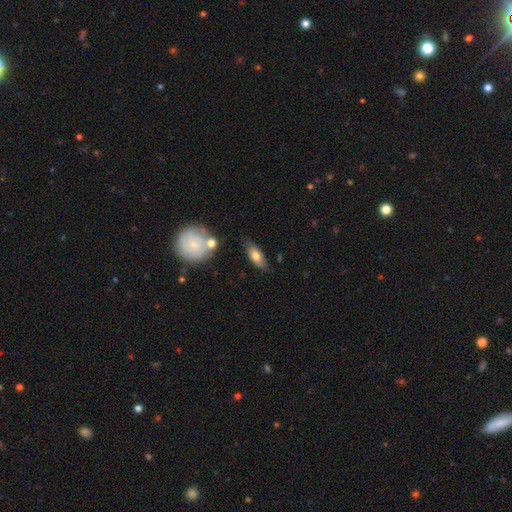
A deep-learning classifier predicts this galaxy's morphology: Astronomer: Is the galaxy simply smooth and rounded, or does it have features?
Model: smooth — 70%.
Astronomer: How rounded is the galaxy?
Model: in between — 74%.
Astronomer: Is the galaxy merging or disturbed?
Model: none — 74%.